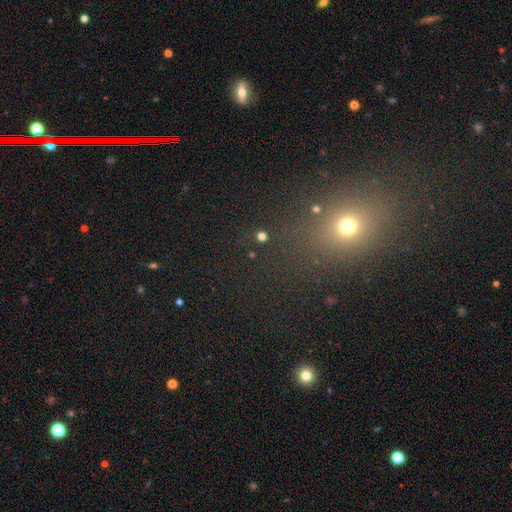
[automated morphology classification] smooth 46%, star or artifact 43%, featured or disk 10%. Down the decision tree: merging — none (84%).